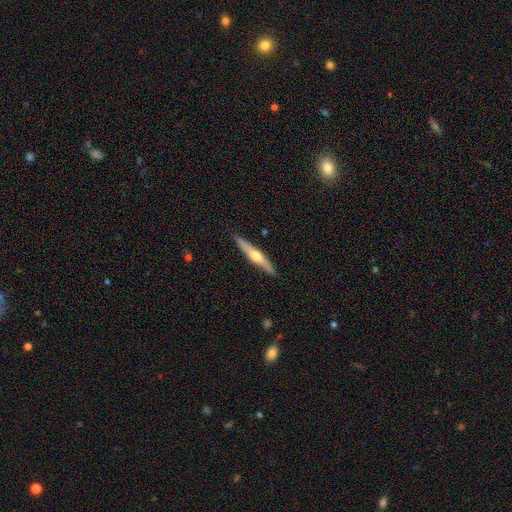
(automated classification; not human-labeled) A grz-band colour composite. It shows a featured or disk galaxy (56%) viewed edge-on (95%) with a rounded central bulge (87%). Merging: none (89%).